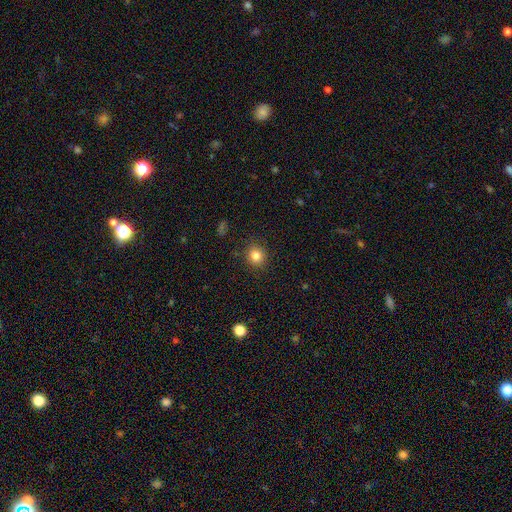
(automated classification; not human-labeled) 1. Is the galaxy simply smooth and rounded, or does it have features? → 83% smooth, 12% star or artifact, 6% featured or disk.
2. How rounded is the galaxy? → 85% round, 14% in between, 1% cigar-shaped.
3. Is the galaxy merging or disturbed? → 89% none, 7% minor disturbance, 2% major disturbance, 1% merger.